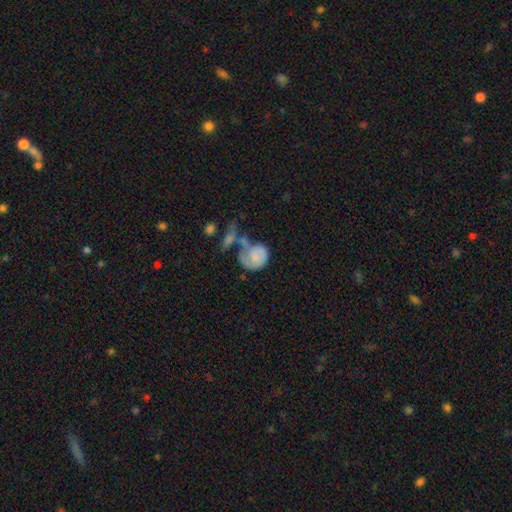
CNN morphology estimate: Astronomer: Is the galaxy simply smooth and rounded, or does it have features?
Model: smooth — 56% (runner-up: featured or disk, 37%).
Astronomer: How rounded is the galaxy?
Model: round — 66%.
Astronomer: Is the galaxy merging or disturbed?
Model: major disturbance — 29% (runner-up: merger, 27%).